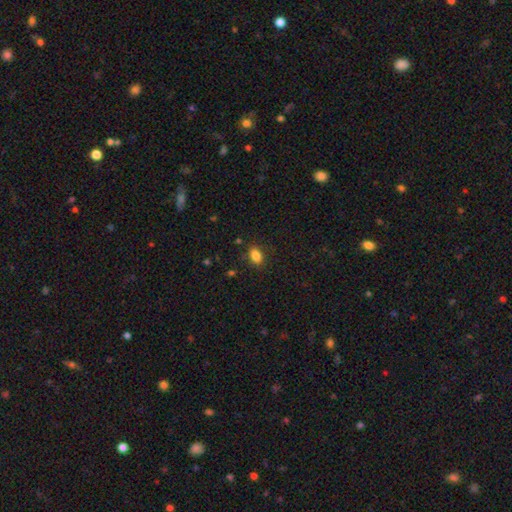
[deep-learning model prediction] smooth_or_featured: smooth (p=0.85) [alt: star or artifact p=0.10]
how_rounded: in between (p=0.84) [alt: round p=0.14]
merging: none (p=0.85) [alt: minor disturbance p=0.11]